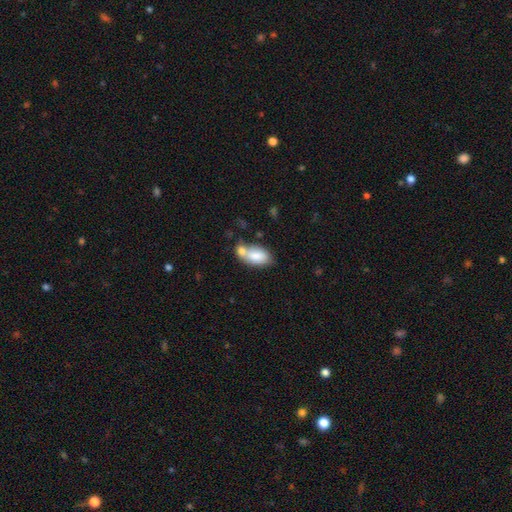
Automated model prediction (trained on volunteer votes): smooth_or_featured: smooth (p=0.77) [alt: featured or disk p=0.16]
how_rounded: in between (p=0.92) [alt: round p=0.05]
merging: merger (p=0.43) [alt: none p=0.36]